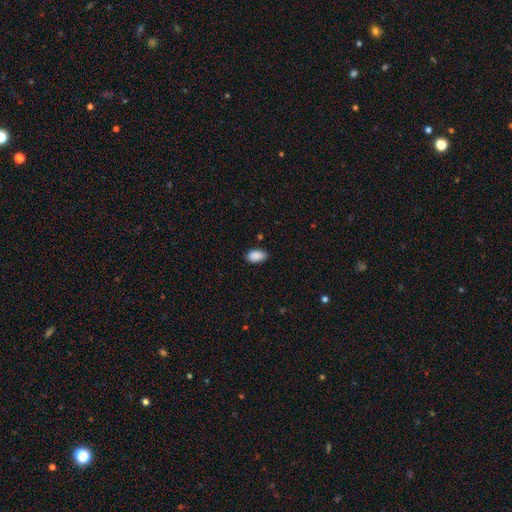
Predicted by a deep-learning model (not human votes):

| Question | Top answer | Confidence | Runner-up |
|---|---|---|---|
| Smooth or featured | smooth | 90% | star or artifact (7%) |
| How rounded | in between | 92% | round (6%) |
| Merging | none | 79% | minor disturbance (17%) |